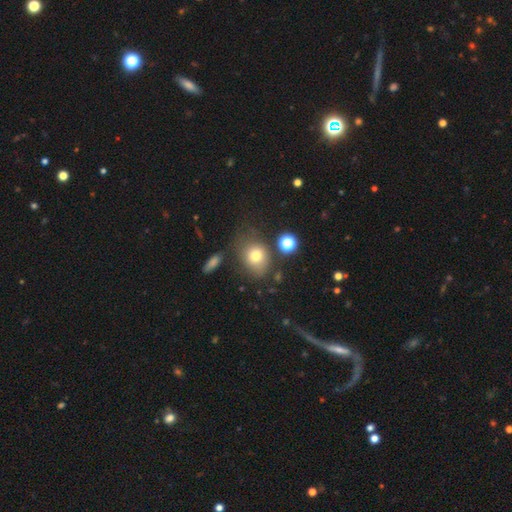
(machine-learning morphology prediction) A smooth galaxy with no disk features (74%) that is round (54%). Merging: none (60%).